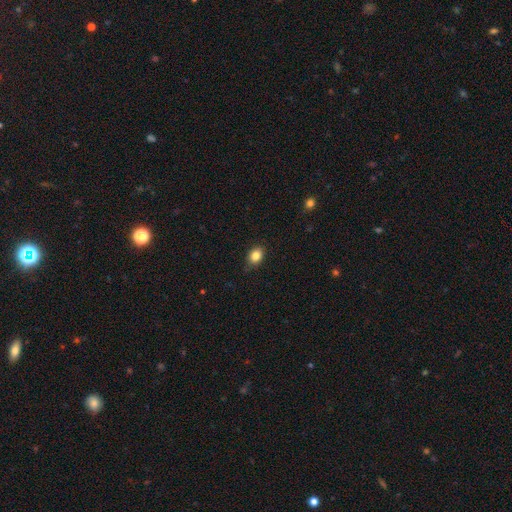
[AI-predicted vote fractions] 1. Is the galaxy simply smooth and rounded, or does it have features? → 84% smooth, 9% star or artifact, 6% featured or disk.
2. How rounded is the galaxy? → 66% in between, 33% round, 1% cigar-shaped.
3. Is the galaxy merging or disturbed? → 84% none, 13% minor disturbance, 2% major disturbance, 1% merger.